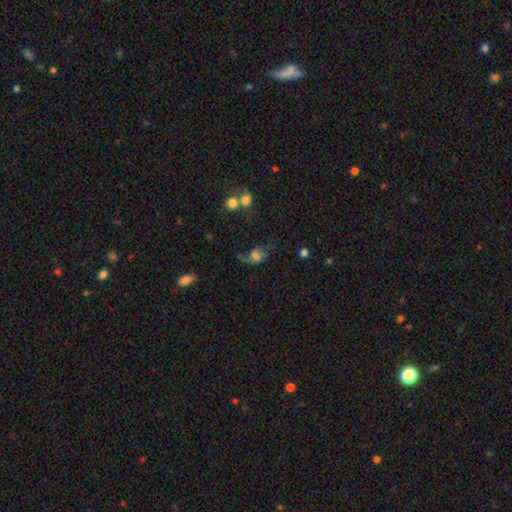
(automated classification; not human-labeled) Smooth or featured?
  - smooth: 44% *
  - featured or disk: 43%
  - star or artifact: 13%
Merging?
  - major disturbance: 38% *
  - none: 33%
  - minor disturbance: 21%
  - merger: 8%